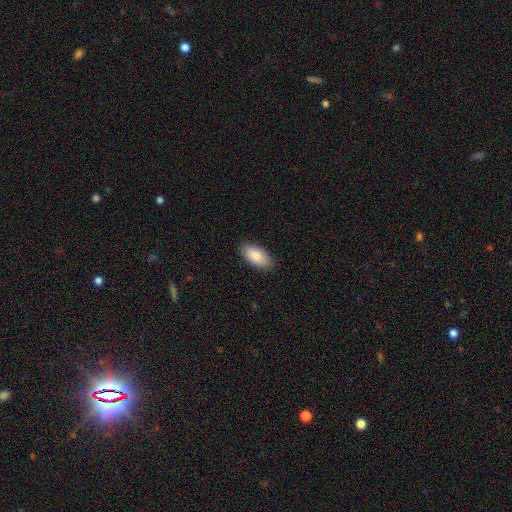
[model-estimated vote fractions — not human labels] Overall: smooth (88%). How rounded: in between (93%). Merging: none (88%).